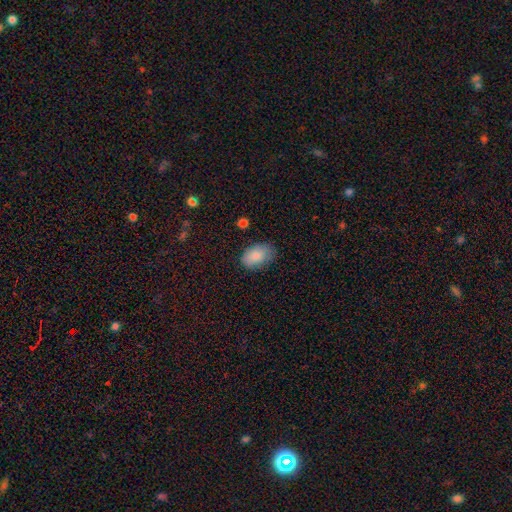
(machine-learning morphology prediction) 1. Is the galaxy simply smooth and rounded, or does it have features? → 86% smooth, 7% featured or disk, 7% star or artifact.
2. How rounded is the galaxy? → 90% in between, 9% round, 1% cigar-shaped.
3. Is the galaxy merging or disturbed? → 73% none, 21% minor disturbance, 5% major disturbance, 1% merger.